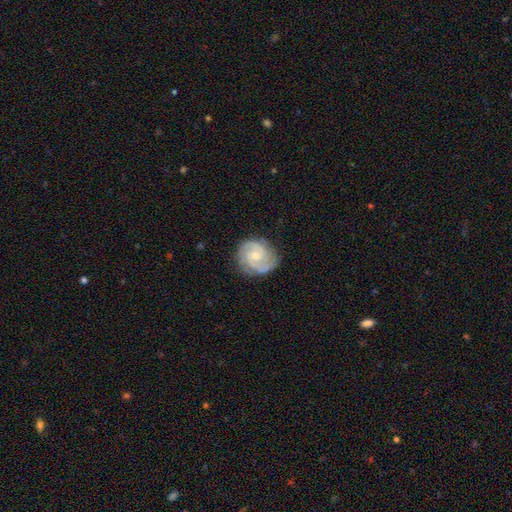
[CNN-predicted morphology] A featured or disk galaxy (90%) with no bar (57%), 2 (67%) tight (58%) spiral arms (98%) and a small central bulge (61%).

Vote fractions:
- Smooth or featured? featured or disk: 90% / smooth: 6% / star or artifact: 4%
- Edge-on disk? no: 98% / yes: 2%
- Bar? no: 57% / weak: 37% / strong: 6%
- Spiral arms? yes: 98% / no: 2%
- Spiral winding? tight: 58% / medium: 38% / loose: 5%
- Spiral arm count? 2: 67% / 3: 20% / can't tell: 5% / 4: 3% / 1: 2% / more than 4: 2%
- Bulge size? small: 61% / moderate: 35% / none: 2% / large: 1% / dominant: 1%
- Merging? none: 82% / minor disturbance: 14% / major disturbance: 4% / merger: 1%